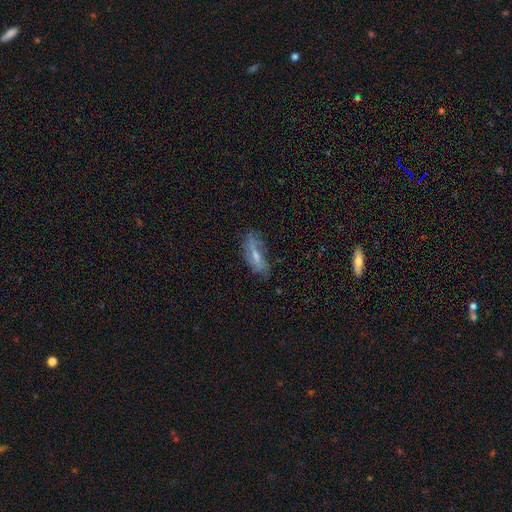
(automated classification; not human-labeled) Smooth or featured?
  - featured or disk: 56% *
  - smooth: 33%
  - star or artifact: 11%
Edge-on disk?
  - no: 75% *
  - yes: 25%
Merging?
  - none: 68% *
  - minor disturbance: 22%
  - major disturbance: 8%
  - merger: 2%